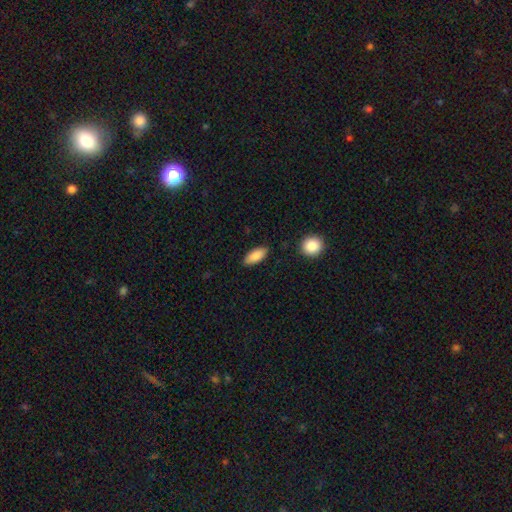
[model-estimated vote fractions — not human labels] smooth 88%, star or artifact 6%, featured or disk 6%. Down the decision tree: how rounded — in between (85%); merging — none (84%).